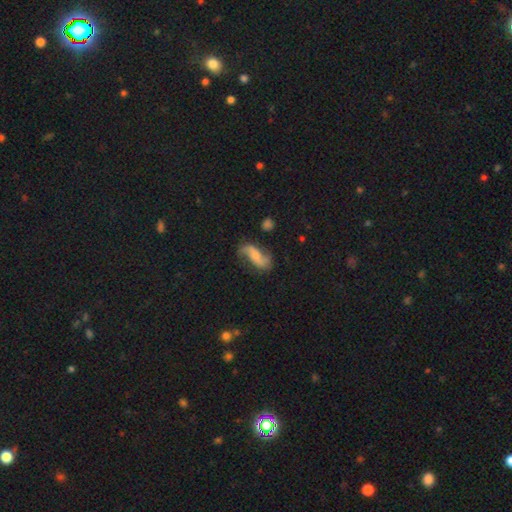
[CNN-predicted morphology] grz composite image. It shows a featured or disk galaxy (70%) with no bar (50%), 2 (90%) loose (74%) spiral arms (92%) and a small central bulge (53%). Merging: none (64%).